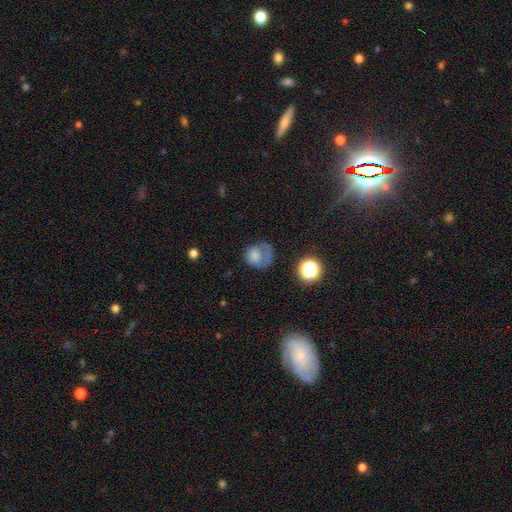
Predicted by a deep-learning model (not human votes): Smooth or featured? Predicted: smooth (p=0.67). How rounded? Predicted: round (p=0.72). Merging? Predicted: none (p=0.39).